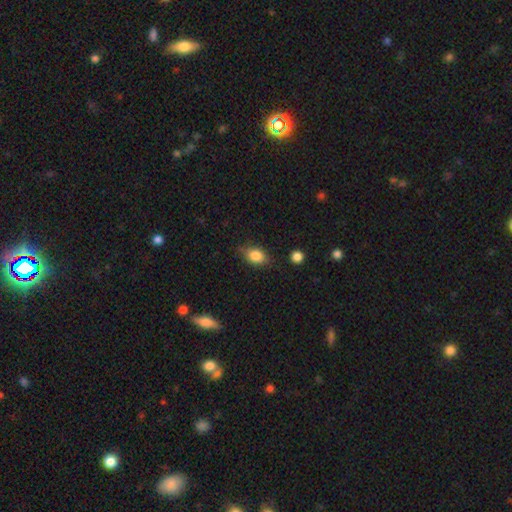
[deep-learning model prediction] Smooth or featured: smooth — 82% (featured or disk — 10%)
How rounded: in between — 75% (round — 22%)
Merging: none — 73% (minor disturbance — 20%)